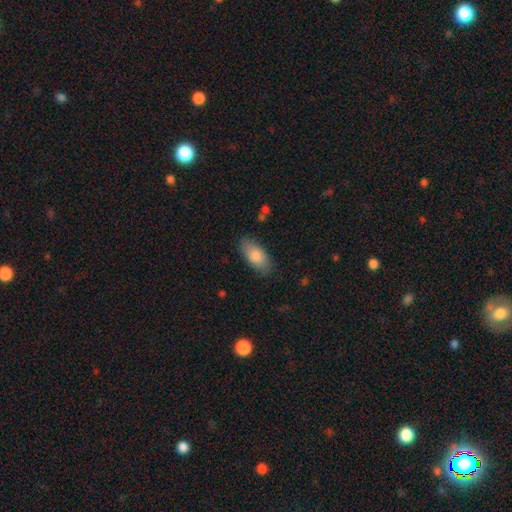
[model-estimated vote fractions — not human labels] The model was most divided on "smooth or featured": smooth: 81%, featured or disk: 13%, star or artifact: 6%. More confident: how rounded — in between (89%); merging — none (84%).